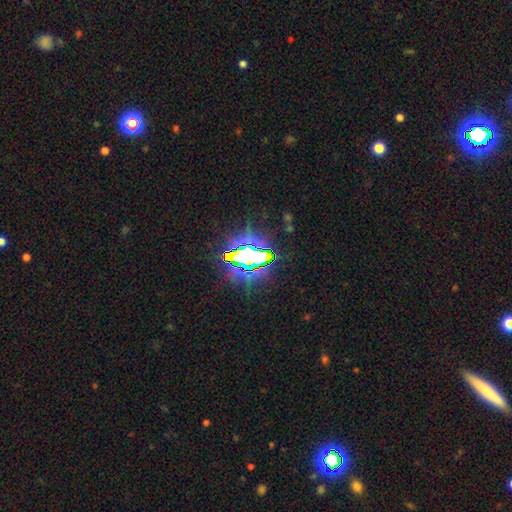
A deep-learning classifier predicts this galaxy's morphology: Smooth or featured: star or artifact — 73% (smooth — 15%)